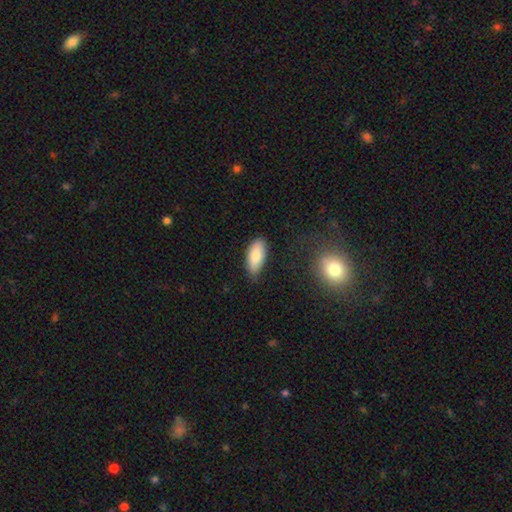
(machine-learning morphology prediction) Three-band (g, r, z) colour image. It shows a smooth galaxy with no disk features (84%) that is in between round and cigar-shaped (86%). Merging: none (77%).